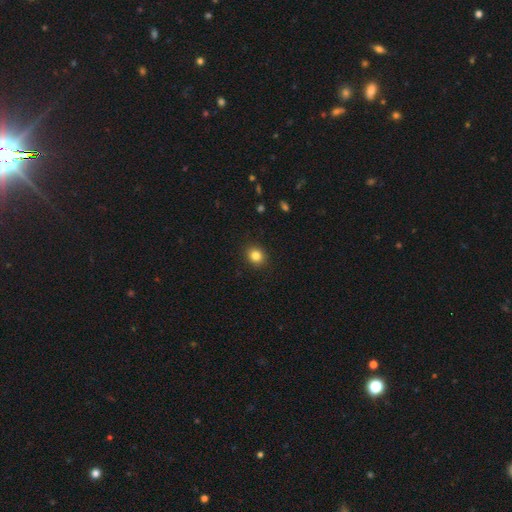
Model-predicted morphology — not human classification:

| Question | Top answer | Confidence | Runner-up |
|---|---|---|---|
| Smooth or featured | smooth | 84% | star or artifact (11%) |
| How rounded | round | 75% | in between (24%) |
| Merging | none | 91% | minor disturbance (6%) |